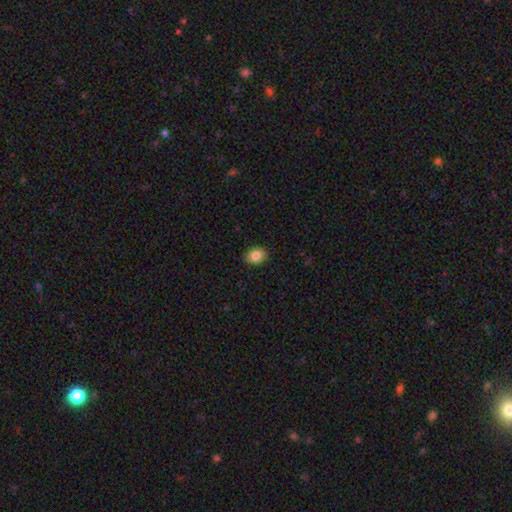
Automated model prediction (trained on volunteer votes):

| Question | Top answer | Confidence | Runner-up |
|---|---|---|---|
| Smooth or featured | smooth | 84% | star or artifact (9%) |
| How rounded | in between | 63% | round (36%) |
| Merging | none | 89% | minor disturbance (9%) |